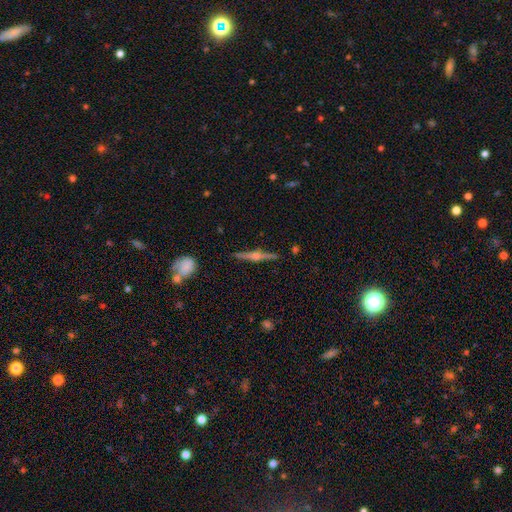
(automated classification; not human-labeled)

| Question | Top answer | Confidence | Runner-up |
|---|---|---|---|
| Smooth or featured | featured or disk | 82% | smooth (11%) |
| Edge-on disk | yes | 98% | no (2%) |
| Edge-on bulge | rounded | 92% | boxy (5%) |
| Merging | none | 90% | minor disturbance (7%) |